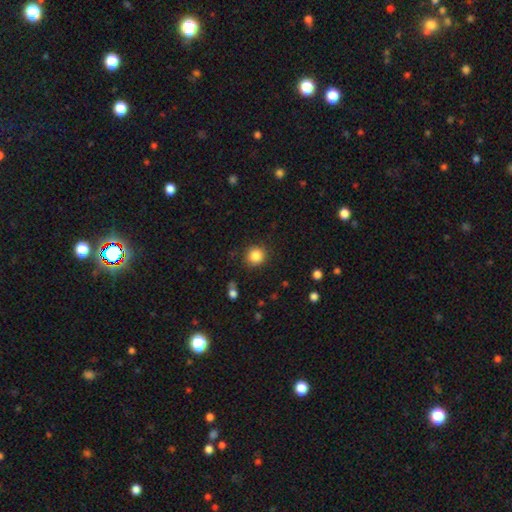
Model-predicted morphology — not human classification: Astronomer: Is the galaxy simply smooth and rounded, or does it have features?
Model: smooth — 85%.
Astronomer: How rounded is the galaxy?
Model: round — 90%.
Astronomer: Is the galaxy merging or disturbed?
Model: none — 87%.